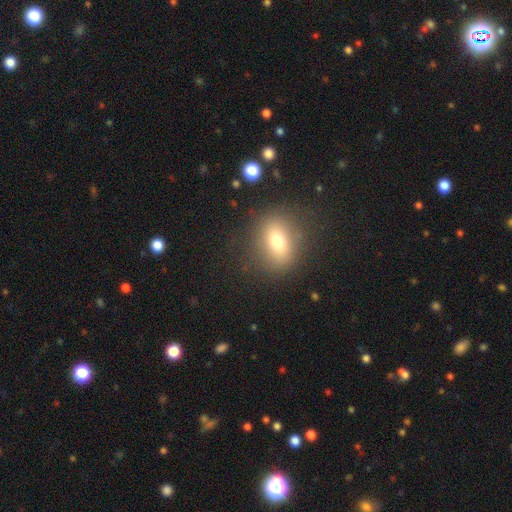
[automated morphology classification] smooth-or-featured: smooth: 55% | featured or disk: 25% | star or artifact: 20%
  how-rounded: in between: 59% | round: 34% | cigar-shaped: 7%
  merging: none: 86% | minor disturbance: 9% | major disturbance: 4% | merger: 2%